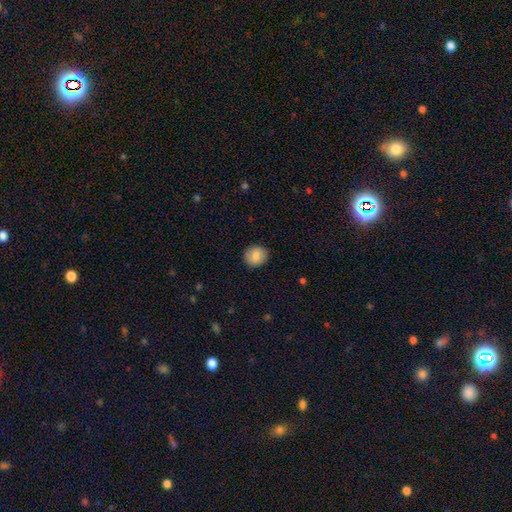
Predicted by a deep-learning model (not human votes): Overall: smooth (83%). How rounded: round (79%). Merging: none (89%).